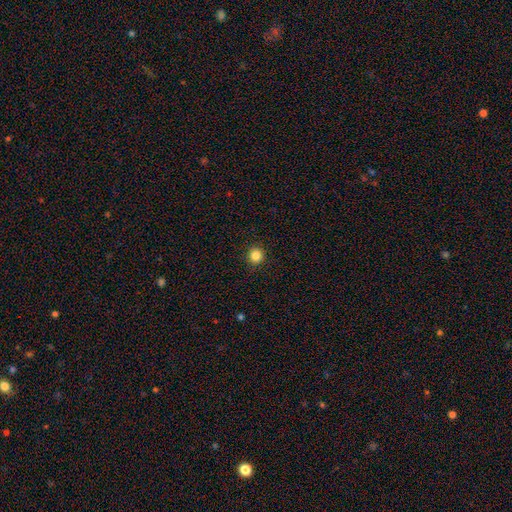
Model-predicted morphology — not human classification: Smooth or featured?
  - smooth: 85% *
  - star or artifact: 12%
  - featured or disk: 4%
How rounded?
  - round: 93% *
  - in between: 6%
  - cigar-shaped: 1%
Merging?
  - none: 92% *
  - minor disturbance: 5%
  - major disturbance: 2%
  - merger: 1%